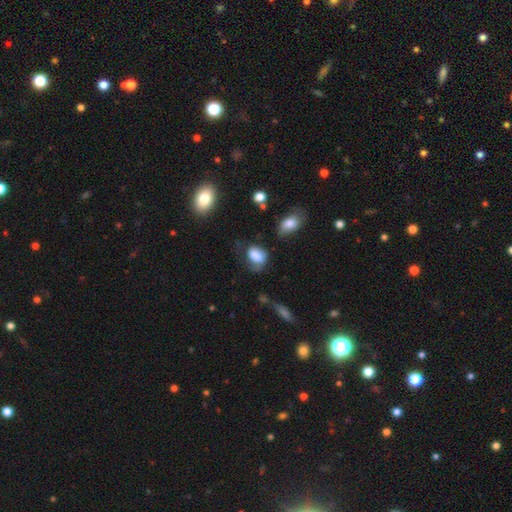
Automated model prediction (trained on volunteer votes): Smooth or featured? Predicted: smooth (p=0.77). How rounded? Predicted: in between (p=0.75). Merging? Predicted: none (p=0.45).